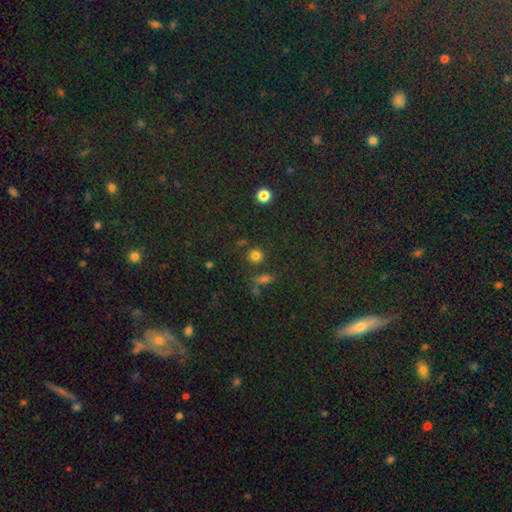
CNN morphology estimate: Overall: smooth (77%). How rounded: round (90%). Merging: none (79%).